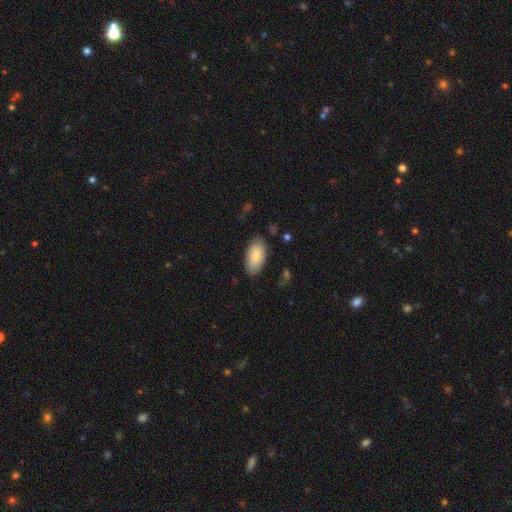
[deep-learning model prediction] The model was most divided on "merging": none: 74%, minor disturbance: 20%, major disturbance: 4%, merger: 2%. More confident: how rounded — in between (95%); smooth or featured — smooth (81%).